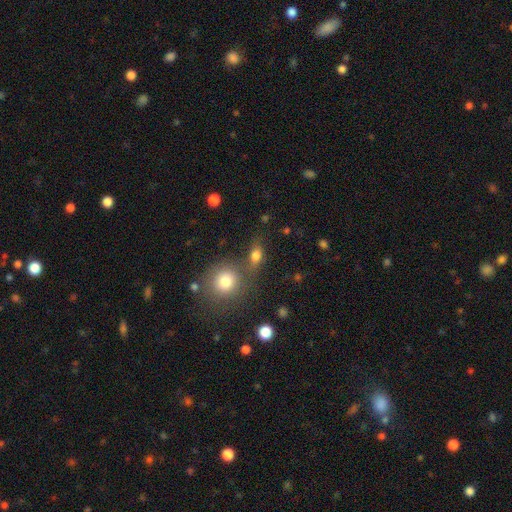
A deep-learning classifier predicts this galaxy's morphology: This is likely a smooth galaxy (77%). How rounded: likely in between (68%). Merging: possibly none (58%).